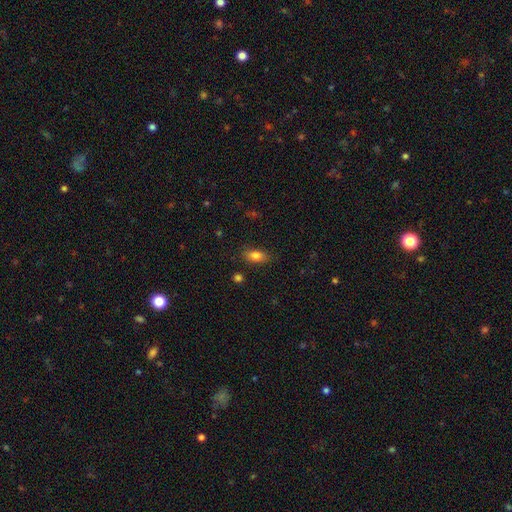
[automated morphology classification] Smooth or featured: smooth — 82% (star or artifact — 9%)
How rounded: in between — 86% (cigar-shaped — 7%)
Merging: none — 82% (minor disturbance — 13%)